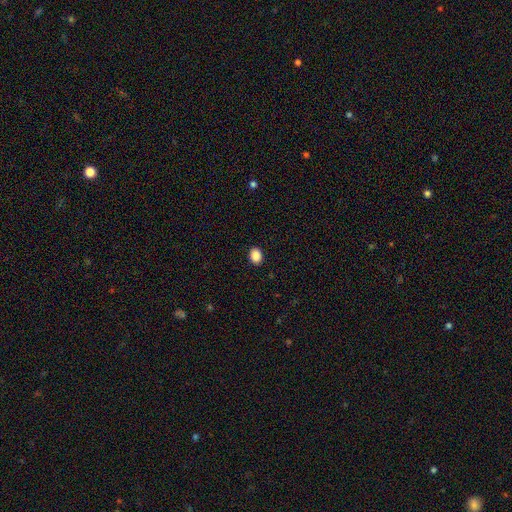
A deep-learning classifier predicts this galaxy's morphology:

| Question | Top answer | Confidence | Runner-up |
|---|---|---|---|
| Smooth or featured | smooth | 89% | star or artifact (9%) |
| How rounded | in between | 59% | round (40%) |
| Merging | none | 91% | minor disturbance (6%) |